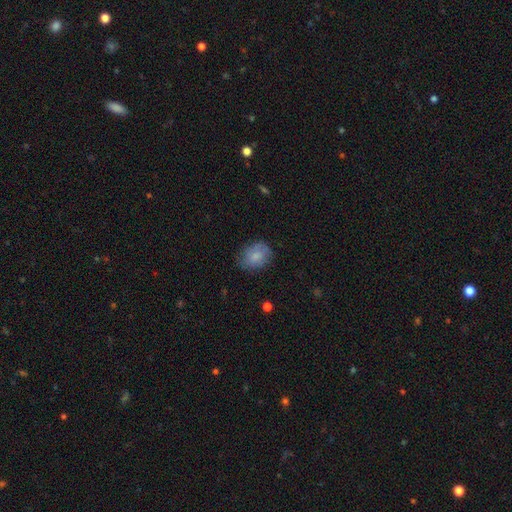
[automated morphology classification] smooth_or_featured: smooth (p=0.78) [alt: featured or disk p=0.14]
how_rounded: in between (p=0.63) [alt: round p=0.36]
merging: none (p=0.69) [alt: minor disturbance p=0.23]